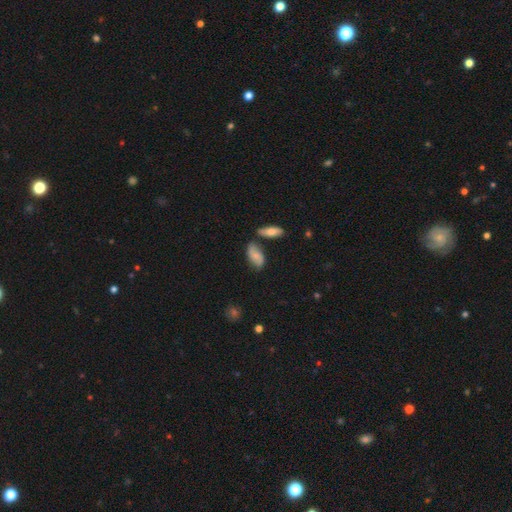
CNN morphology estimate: smooth 60%, featured or disk 32%, star or artifact 8%. Down the decision tree: how rounded — in between (88%); merging — none (59%).